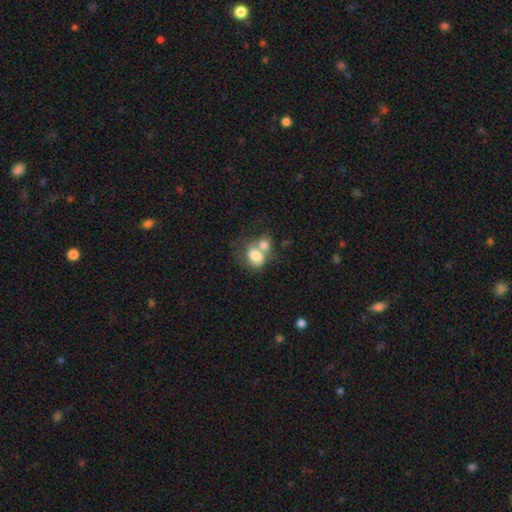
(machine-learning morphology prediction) The model was most divided on "how rounded": in between: 52%, round: 47%, cigar-shaped: 1%. More confident: smooth or featured — smooth (69%); merging — merger (66%).